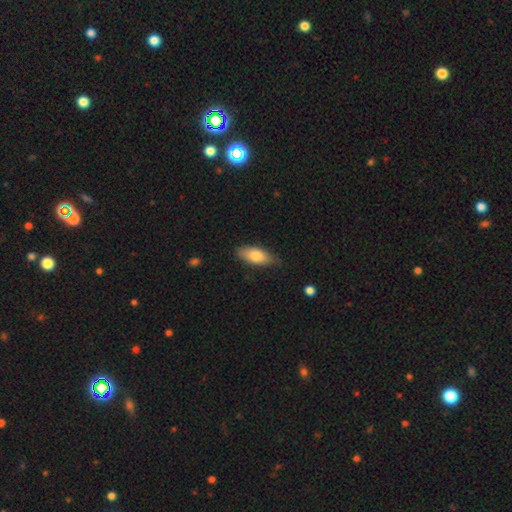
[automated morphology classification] Q: Smooth or featured?
A: smooth (76%); runner-up: featured or disk (18%)
Q: How rounded?
A: in between (80%); runner-up: cigar-shaped (17%)
Q: Merging?
A: none (76%); runner-up: minor disturbance (19%)